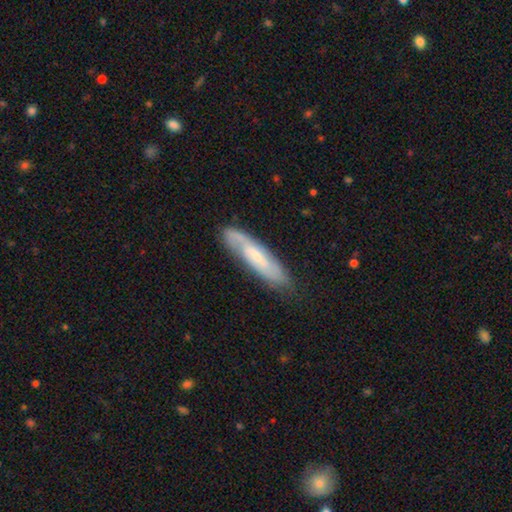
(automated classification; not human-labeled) A featured or disk galaxy (63%). Merging: none (76%).